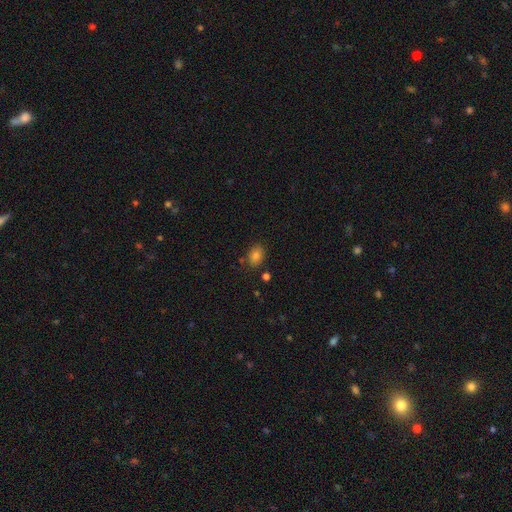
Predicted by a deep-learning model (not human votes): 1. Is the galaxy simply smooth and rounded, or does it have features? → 82% smooth, 11% star or artifact, 7% featured or disk.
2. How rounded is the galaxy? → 72% in between, 27% round, 1% cigar-shaped.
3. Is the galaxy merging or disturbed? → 80% none, 13% minor disturbance, 5% merger, 3% major disturbance.